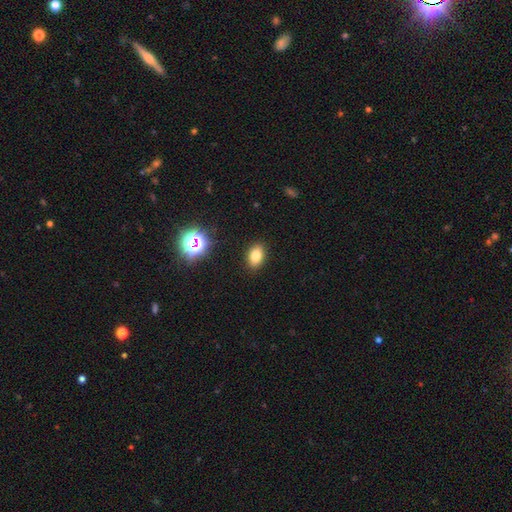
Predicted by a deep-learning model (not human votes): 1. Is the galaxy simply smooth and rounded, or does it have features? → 79% smooth, 13% star or artifact, 8% featured or disk.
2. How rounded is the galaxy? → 84% in between, 15% round, 2% cigar-shaped.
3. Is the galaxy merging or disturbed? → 89% none, 8% minor disturbance, 2% major disturbance, 1% merger.